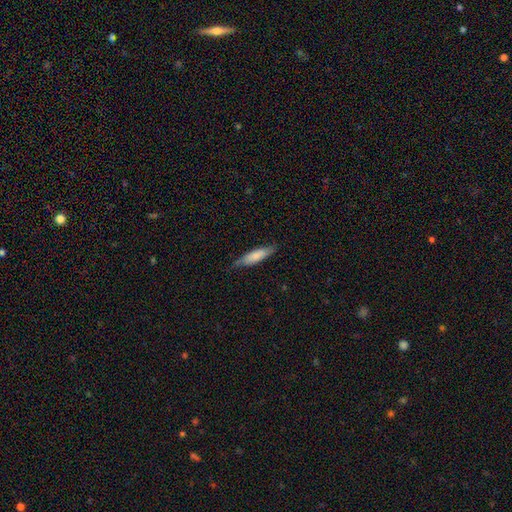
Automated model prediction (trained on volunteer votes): This appears to be a smooth galaxy with no disk features (71%) that is cigar-shaped (63%). Merging: none (73%).